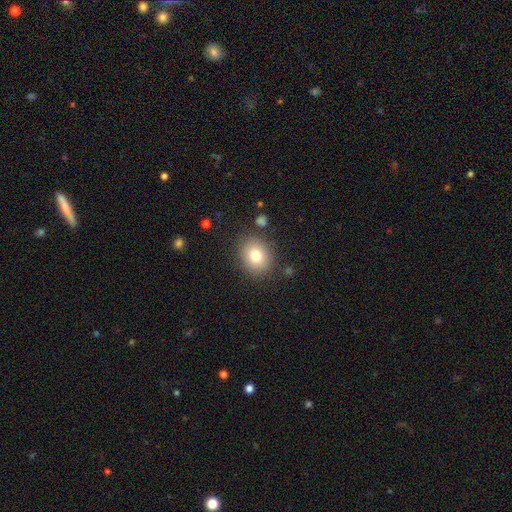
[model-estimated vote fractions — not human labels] Smooth or featured?
  - smooth: 80% *
  - star or artifact: 10%
  - featured or disk: 10%
How rounded?
  - round: 63% *
  - in between: 36%
  - cigar-shaped: 1%
Merging?
  - none: 84% *
  - minor disturbance: 10%
  - major disturbance: 3%
  - merger: 3%